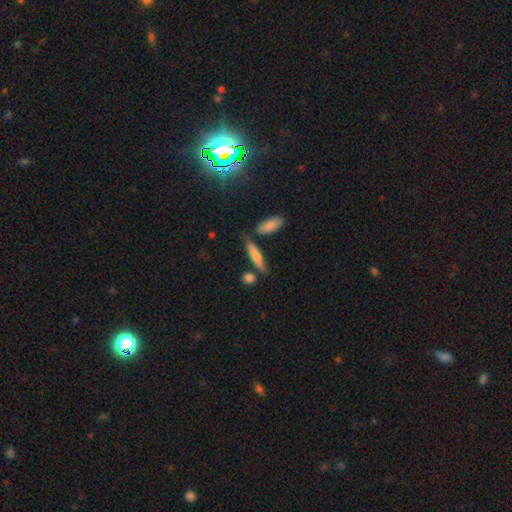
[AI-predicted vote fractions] This is likely a smooth galaxy (72%). How rounded: likely cigar-shaped (78%). Merging: likely none (73%).